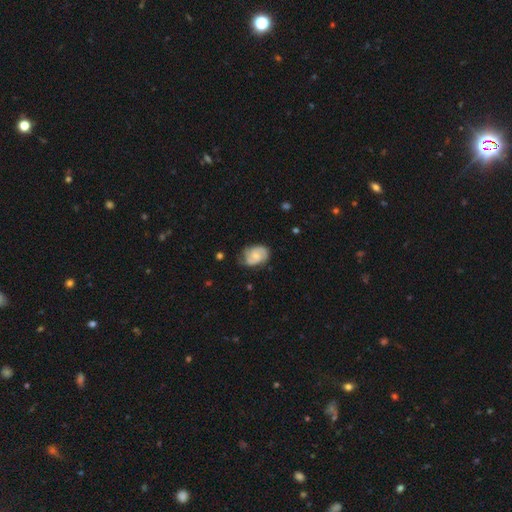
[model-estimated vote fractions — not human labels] Smooth or featured? featured or disk (60%)
Edge-on disk? no (98%)
Bar? no (55%)
Spiral arms? yes (91%)
Spiral winding? medium (44%)
Spiral arm count? 2 (66%)
Bulge size? small (49%)
Merging? none (64%)